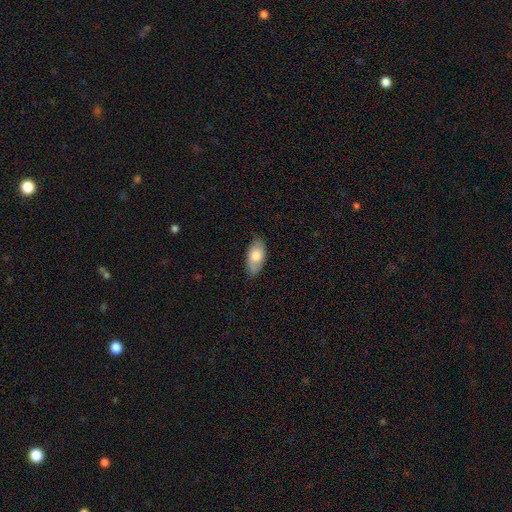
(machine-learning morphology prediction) A smooth galaxy with no disk features (73%) that is in between round and cigar-shaped (92%). Merging: none (80%).